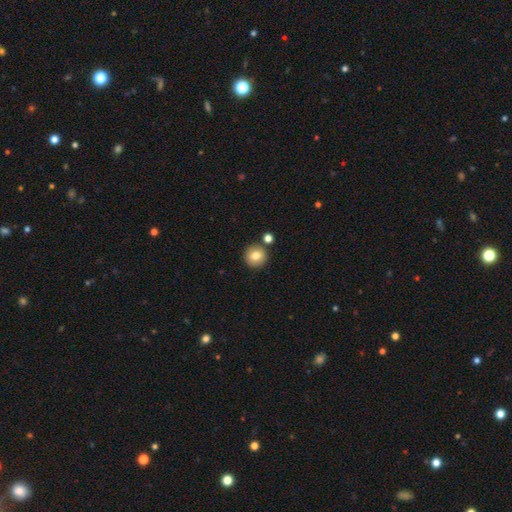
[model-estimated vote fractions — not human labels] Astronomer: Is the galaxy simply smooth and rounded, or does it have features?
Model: smooth — 80%.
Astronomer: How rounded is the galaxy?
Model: round — 94%.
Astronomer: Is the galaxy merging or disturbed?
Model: none — 83%.